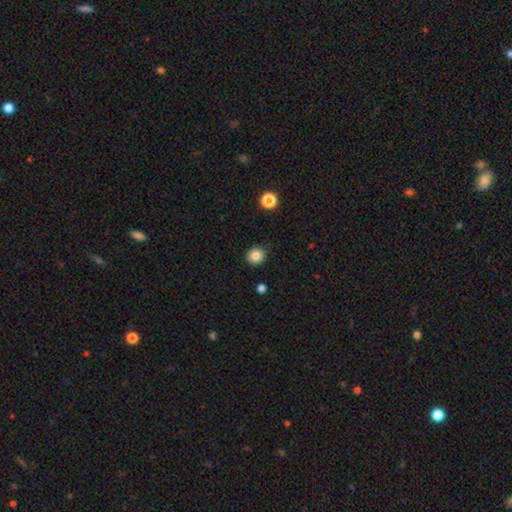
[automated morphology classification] Smooth or featured? smooth (84%)
How rounded? round (87%)
Merging? none (90%)